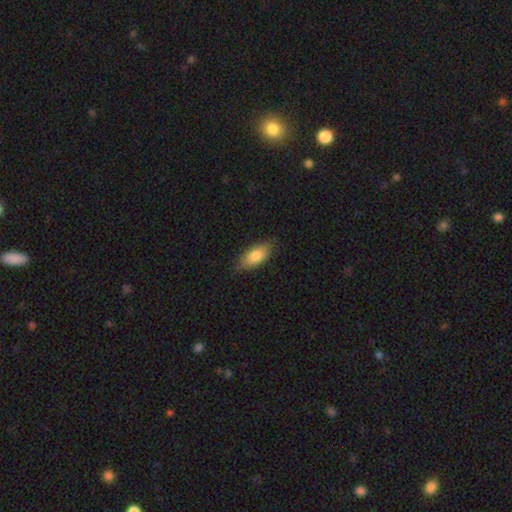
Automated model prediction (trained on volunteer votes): The model was most divided on "merging": none: 78%, minor disturbance: 18%, major disturbance: 3%, merger: 1%. More confident: how rounded — in between (87%); smooth or featured — smooth (79%).